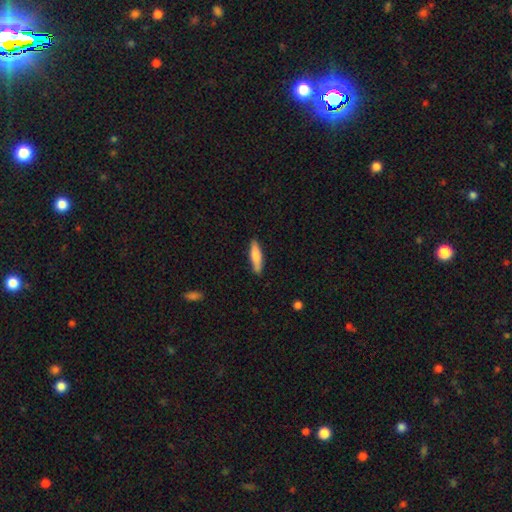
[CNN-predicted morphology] This is likely a smooth galaxy (76%). How rounded: likely cigar-shaped (76%). Merging: clearly none (87%).